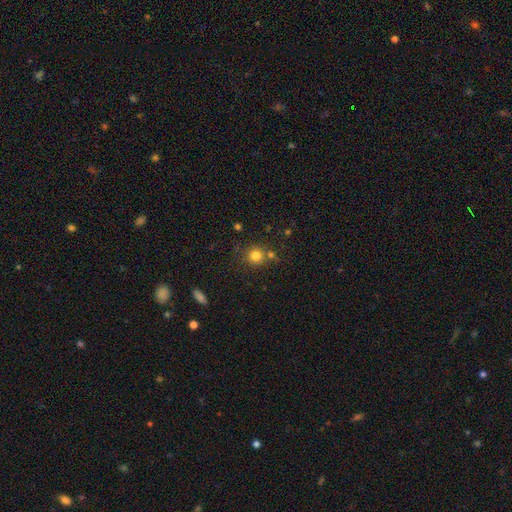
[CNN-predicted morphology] This is clearly a smooth galaxy (80%). How rounded: clearly round (91%). Merging: likely none (73%).